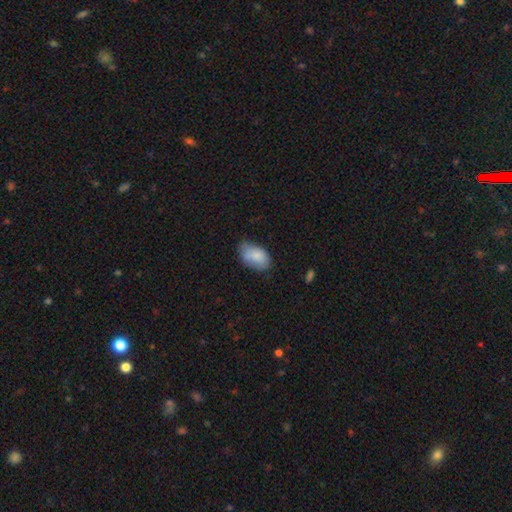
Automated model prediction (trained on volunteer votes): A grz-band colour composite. It shows a smooth galaxy with no disk features (82%) that is in between round and cigar-shaped (92%). Merging: none (56%).